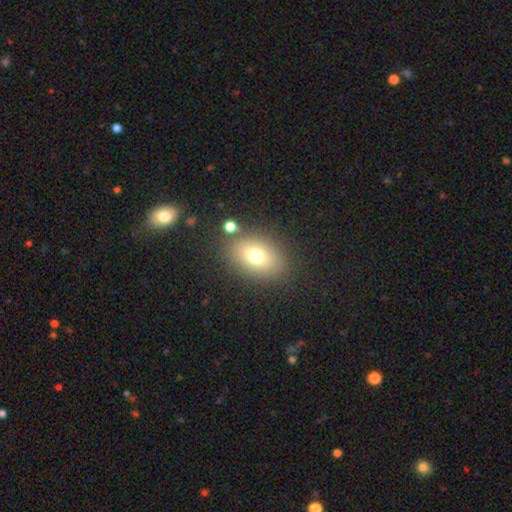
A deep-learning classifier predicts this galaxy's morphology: smooth-or-featured: smooth: 74% | featured or disk: 13% | star or artifact: 13%
  how-rounded: in between: 73% | round: 26% | cigar-shaped: 1%
  merging: none: 81% | minor disturbance: 10% | merger: 5% | major disturbance: 4%